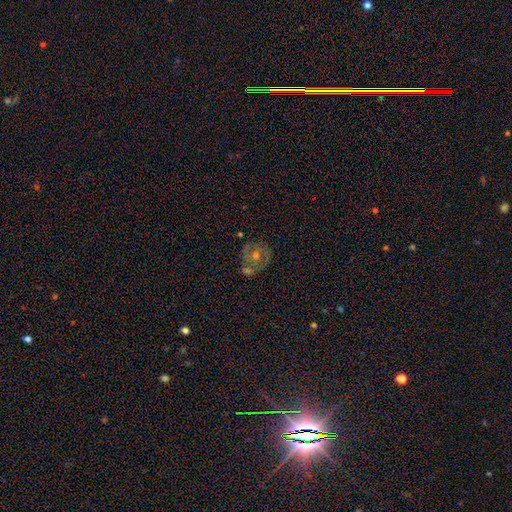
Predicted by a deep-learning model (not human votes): Morphology: type=featured or disk (64%); edge-on=no (97%); bar=no (77%); spiral arms=yes (65%); bulge=moderate (64%); merging=none (64%).